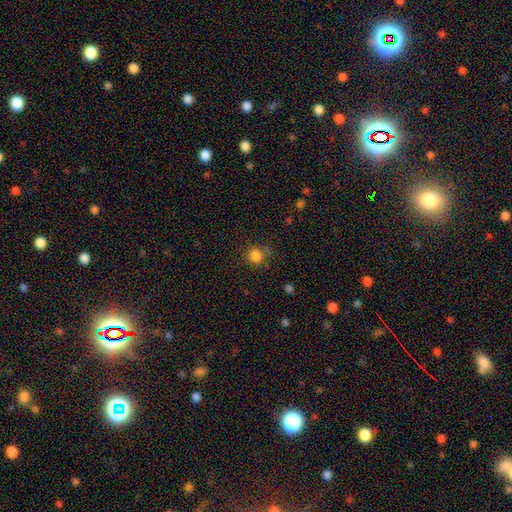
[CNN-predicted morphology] The model was most divided on "merging": none: 77%, minor disturbance: 14%, major disturbance: 5%, merger: 3%. More confident: how rounded — round (90%); smooth or featured — smooth (83%).